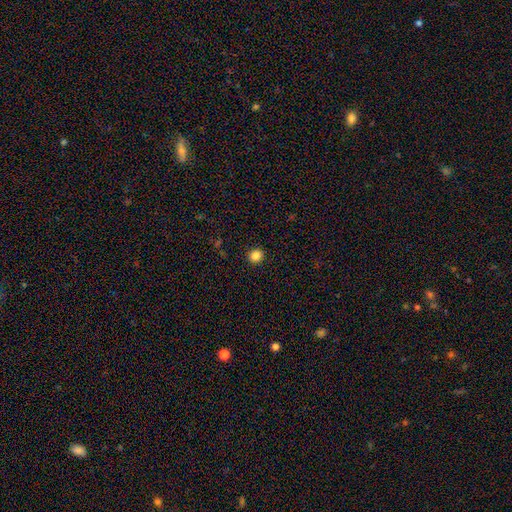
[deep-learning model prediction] smooth 85%, star or artifact 12%, featured or disk 4%. Down the decision tree: how rounded — round (91%); merging — none (93%).